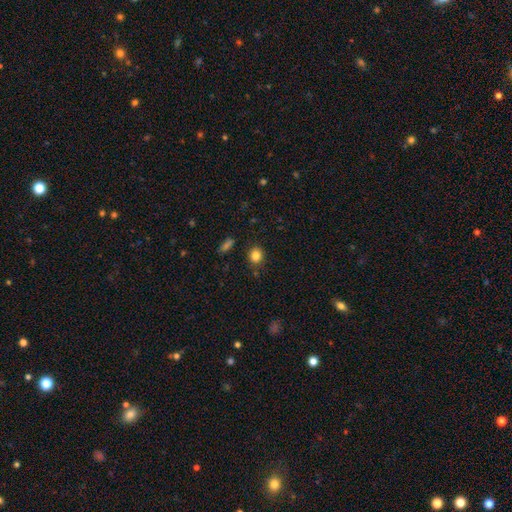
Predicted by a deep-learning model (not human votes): Smooth or featured?
  - smooth: 84% *
  - star or artifact: 11%
  - featured or disk: 5%
How rounded?
  - round: 76% *
  - in between: 23%
  - cigar-shaped: 1%
Merging?
  - none: 86% *
  - minor disturbance: 9%
  - merger: 2%
  - major disturbance: 2%